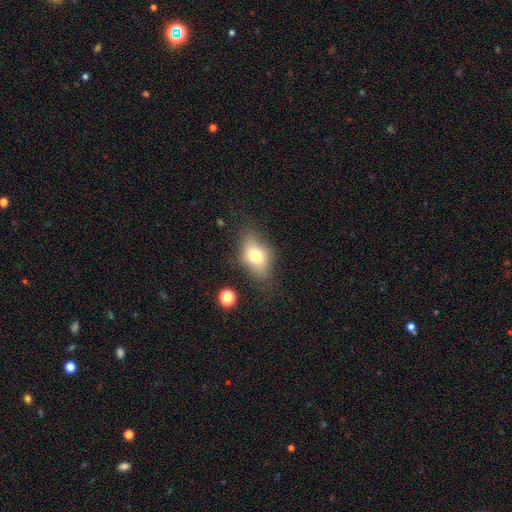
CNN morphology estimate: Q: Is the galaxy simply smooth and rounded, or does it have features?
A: smooth — 71%.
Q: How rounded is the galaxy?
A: in between — 78%.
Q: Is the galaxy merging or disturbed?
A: none — 67%.